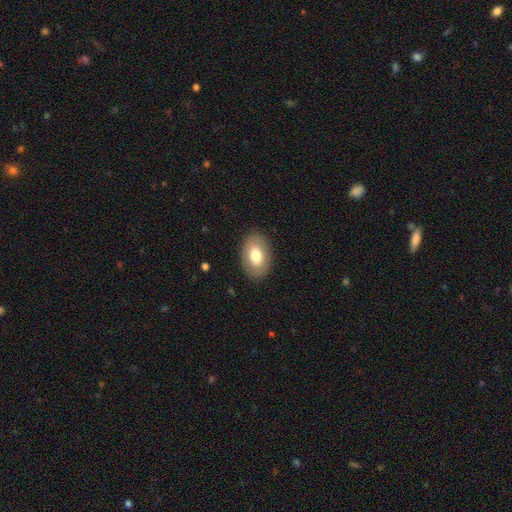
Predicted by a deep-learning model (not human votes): A smooth galaxy with no disk features (74%) that is in between round and cigar-shaped (89%). Merging: none (87%).